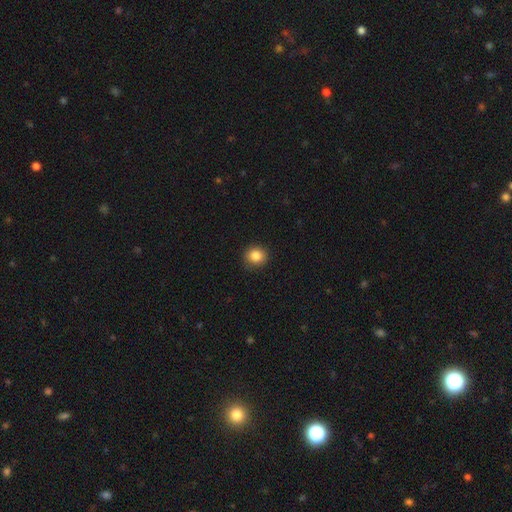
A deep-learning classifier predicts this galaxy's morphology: A smooth galaxy with no disk features (85%) that is round (86%).

Vote fractions:
- Smooth or featured? smooth: 85% / star or artifact: 10% / featured or disk: 5%
- How rounded? round: 86% / in between: 13% / cigar-shaped: 1%
- Merging? none: 90% / minor disturbance: 7% / major disturbance: 2% / merger: 1%